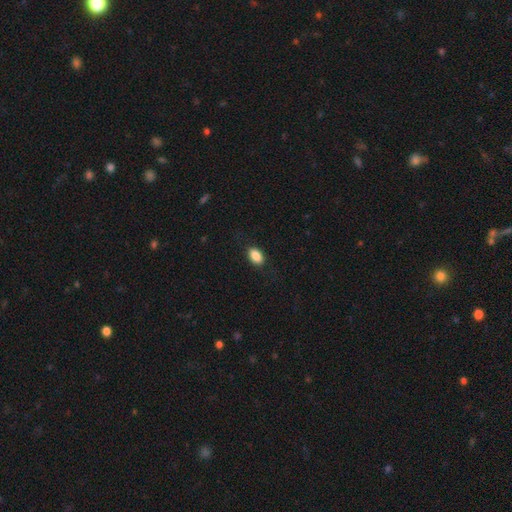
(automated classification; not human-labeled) smooth-or-featured: smooth: 88% | star or artifact: 7% | featured or disk: 5%
  how-rounded: in between: 89% | round: 9% | cigar-shaped: 2%
  merging: none: 84% | minor disturbance: 11% | major disturbance: 3% | merger: 1%